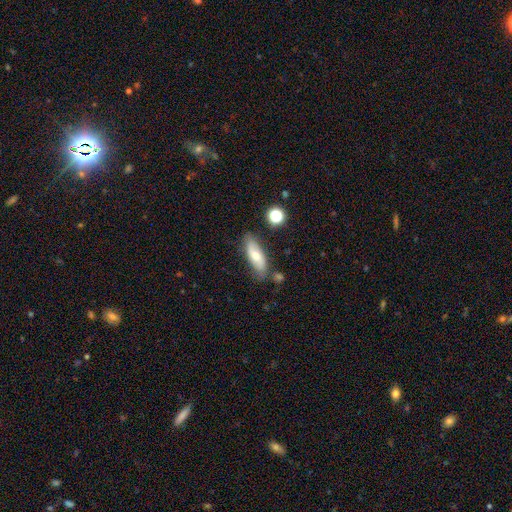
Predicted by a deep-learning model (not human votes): smooth_or_featured: smooth (p=0.58) [alt: featured or disk p=0.34]
how_rounded: in between (p=0.68) [alt: cigar-shaped p=0.29]
merging: none (p=0.72) [alt: minor disturbance p=0.18]